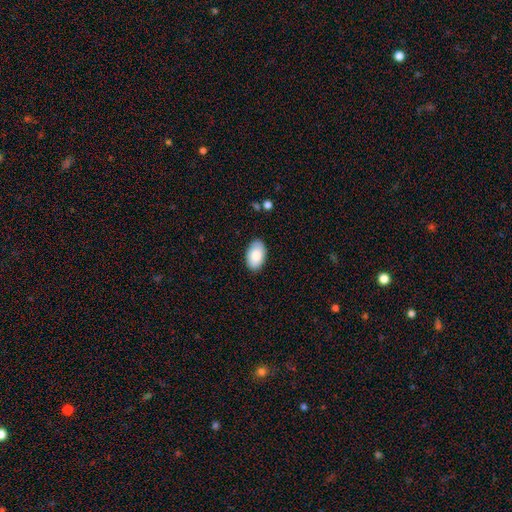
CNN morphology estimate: Smooth or featured? Predicted: smooth (p=0.84). How rounded? Predicted: in between (p=0.94). Merging? Predicted: none (p=0.87).